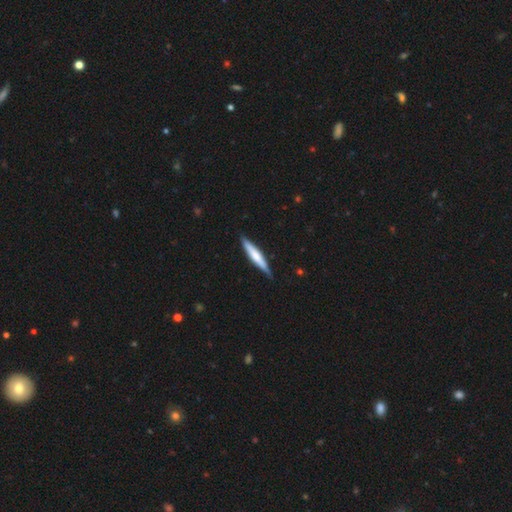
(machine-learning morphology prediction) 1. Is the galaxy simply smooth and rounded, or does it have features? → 52% smooth, 44% featured or disk, 5% star or artifact.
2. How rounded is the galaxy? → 90% cigar-shaped, 8% in between, 1% round.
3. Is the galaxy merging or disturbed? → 85% none, 12% minor disturbance, 2% major disturbance, 1% merger.